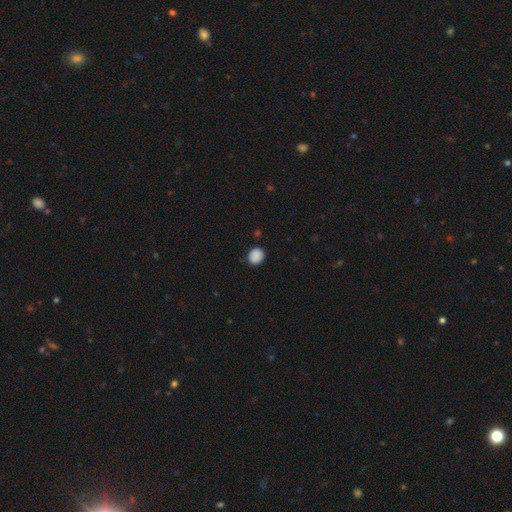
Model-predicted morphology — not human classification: Q: Smooth or featured?
A: smooth (88%); runner-up: star or artifact (9%)
Q: How rounded?
A: round (74%); runner-up: in between (26%)
Q: Merging?
A: none (86%); runner-up: minor disturbance (10%)